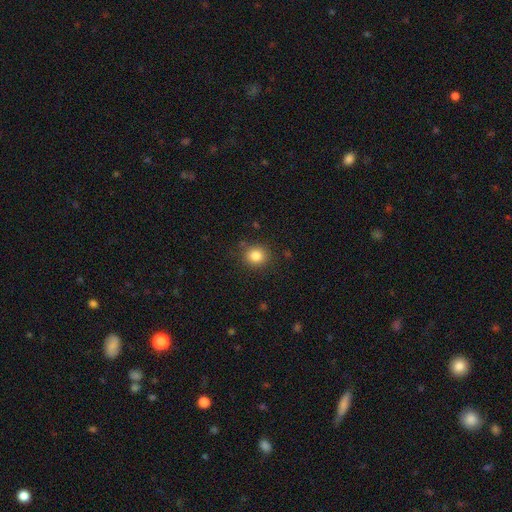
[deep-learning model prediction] Overall: smooth (83%). How rounded: round (84%). Merging: none (87%).